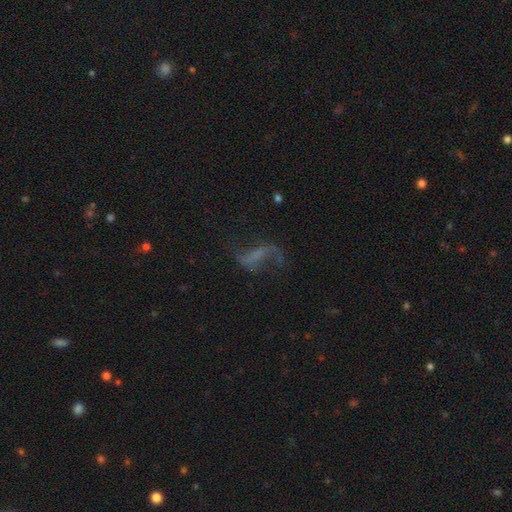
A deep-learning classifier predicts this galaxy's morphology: The model was most divided on "bar": no: 36%, weak: 32%, strong: 32%. More confident: edge-on disk — no (93%); spiral arms — yes (71%); bulge size — none (68%); smooth or featured — featured or disk (62%); merging — none (52%).